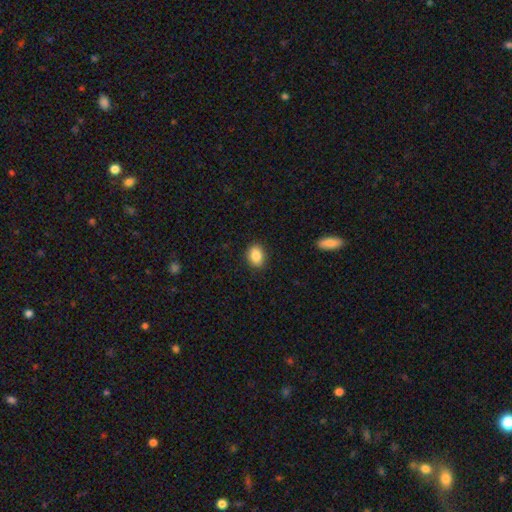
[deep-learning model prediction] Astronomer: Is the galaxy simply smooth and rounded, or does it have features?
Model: smooth — 86%.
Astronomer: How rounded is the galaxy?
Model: in between — 67%.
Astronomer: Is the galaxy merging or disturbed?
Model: none — 88%.